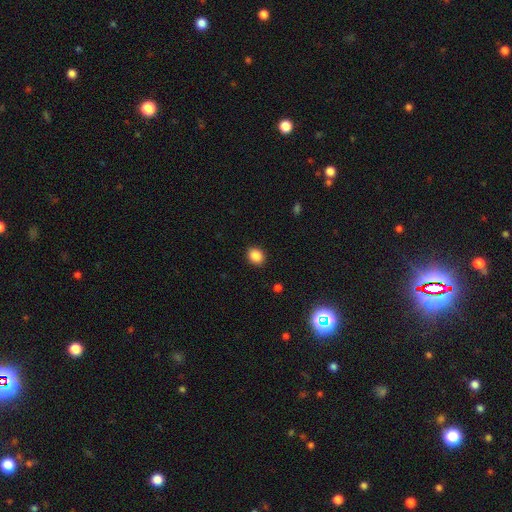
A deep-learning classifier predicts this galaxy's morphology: Q: Smooth or featured?
A: smooth (87%); runner-up: star or artifact (10%)
Q: How rounded?
A: round (61%); runner-up: in between (38%)
Q: Merging?
A: none (90%); runner-up: minor disturbance (6%)